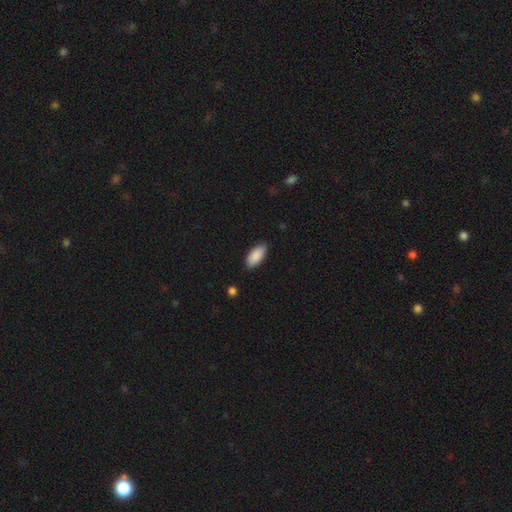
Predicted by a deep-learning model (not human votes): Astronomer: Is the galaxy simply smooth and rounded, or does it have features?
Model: smooth — 90%.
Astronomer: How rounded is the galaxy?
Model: in between — 91%.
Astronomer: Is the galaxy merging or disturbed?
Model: none — 87%.